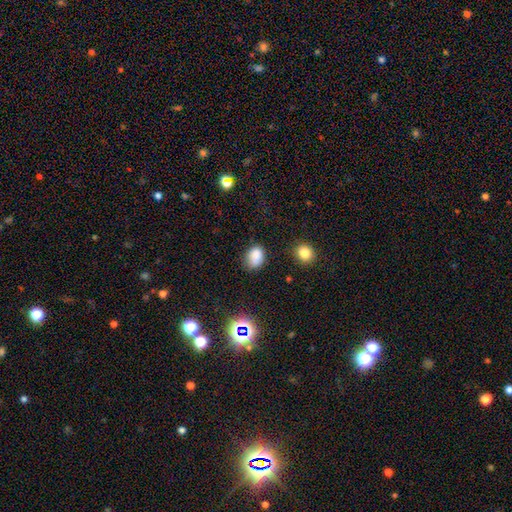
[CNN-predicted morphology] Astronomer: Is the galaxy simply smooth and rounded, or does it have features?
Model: smooth — 83%.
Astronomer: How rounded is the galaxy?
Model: in between — 64%.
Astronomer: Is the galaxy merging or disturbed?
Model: none — 66%.